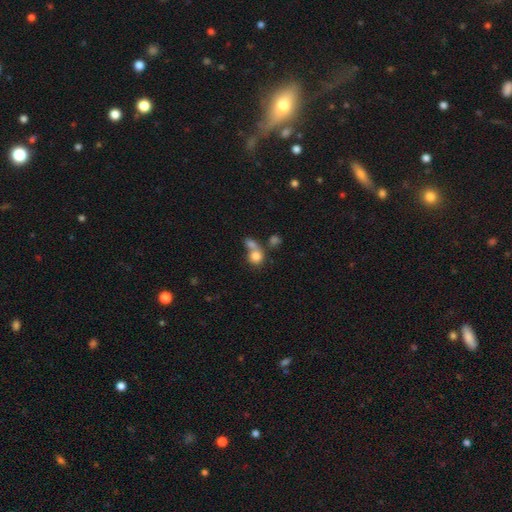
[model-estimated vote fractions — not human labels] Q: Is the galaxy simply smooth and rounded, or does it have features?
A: smooth — 78%.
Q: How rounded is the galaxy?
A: round — 77%.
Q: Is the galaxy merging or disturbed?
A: merger — 54%.